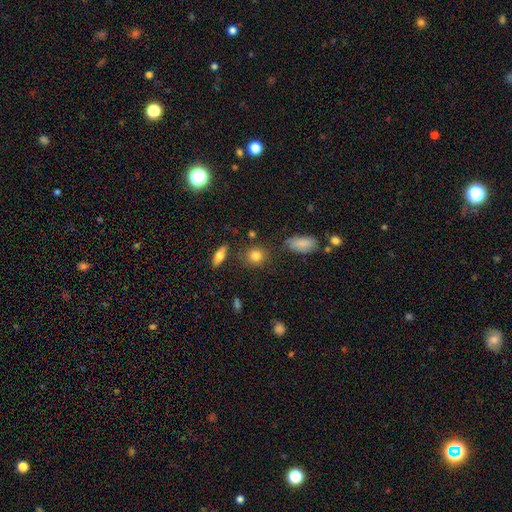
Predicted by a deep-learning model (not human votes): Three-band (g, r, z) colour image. It shows a smooth galaxy with no disk features (82%) that is round (77%). Merging: none (79%).